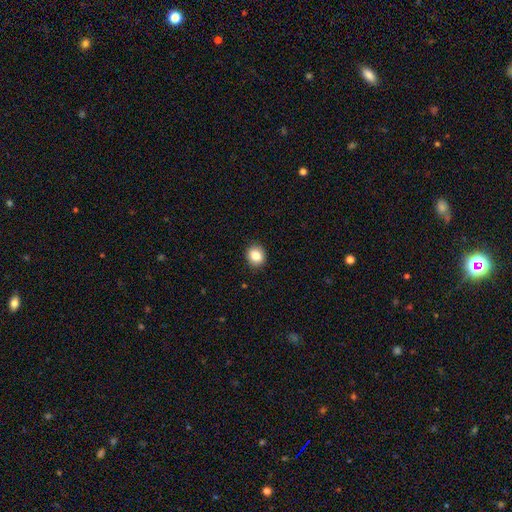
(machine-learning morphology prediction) The model was most divided on "how rounded": round: 71%, in between: 28%, cigar-shaped: 1%. More confident: merging — none (91%); smooth or featured — smooth (85%).